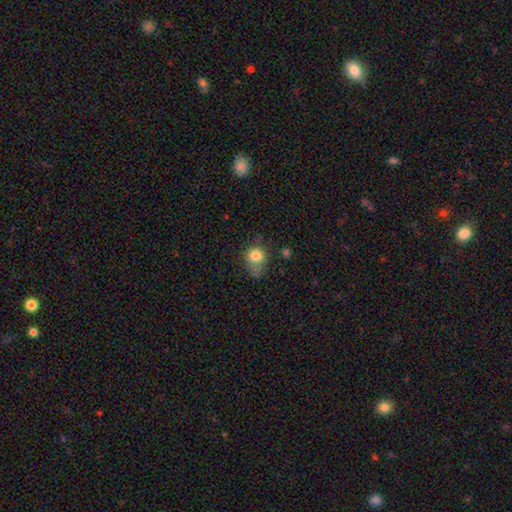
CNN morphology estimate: This appears to be a smooth galaxy with no disk features (79%) that is round (69%). Merging: none (40%).